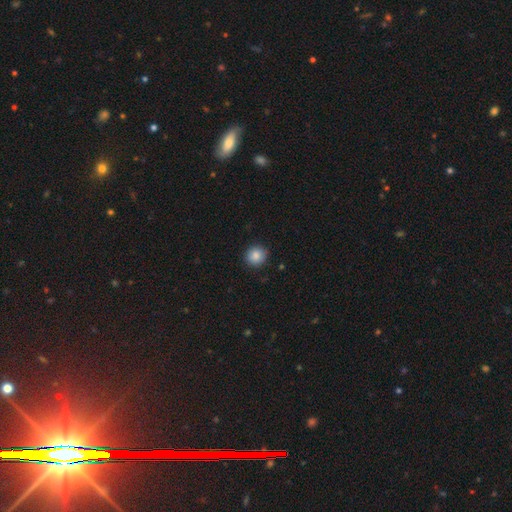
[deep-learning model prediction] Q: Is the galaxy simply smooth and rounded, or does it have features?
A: smooth — 86%.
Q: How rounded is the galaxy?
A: round — 90%.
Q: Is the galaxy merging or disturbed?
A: none — 89%.